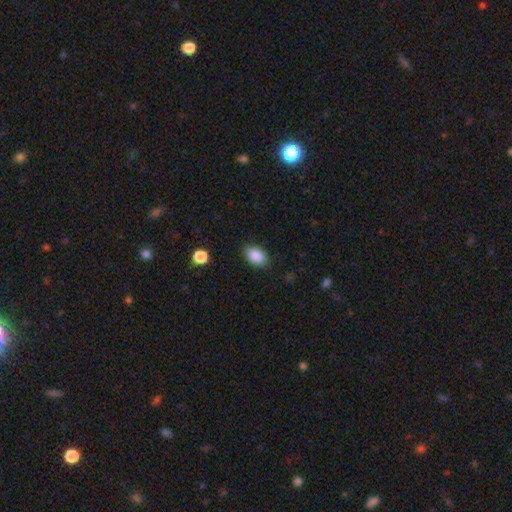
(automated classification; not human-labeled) This is clearly a smooth galaxy (89%). How rounded: clearly in between (87%). Merging: clearly none (85%).